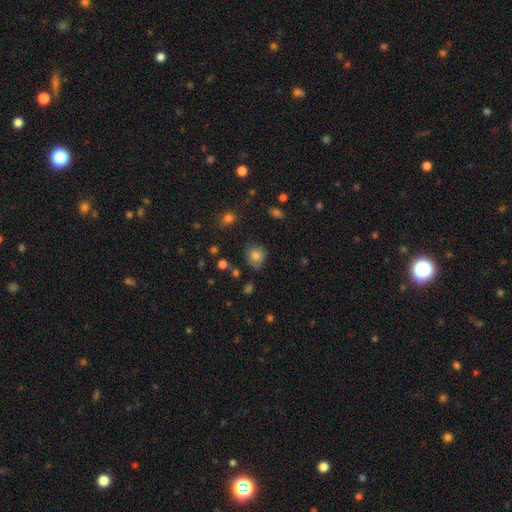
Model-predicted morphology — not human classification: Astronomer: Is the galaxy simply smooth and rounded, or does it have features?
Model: smooth — 78%.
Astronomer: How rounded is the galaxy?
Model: round — 69%.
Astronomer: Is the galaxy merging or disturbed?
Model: none — 68%.